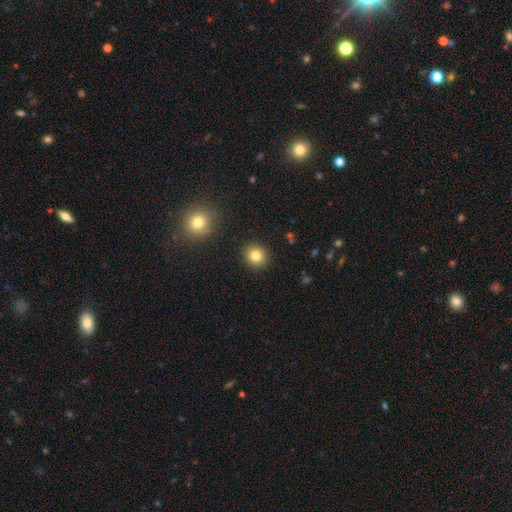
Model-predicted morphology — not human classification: A smooth galaxy with no disk features (82%) that is round (81%). Merging: none (90%).